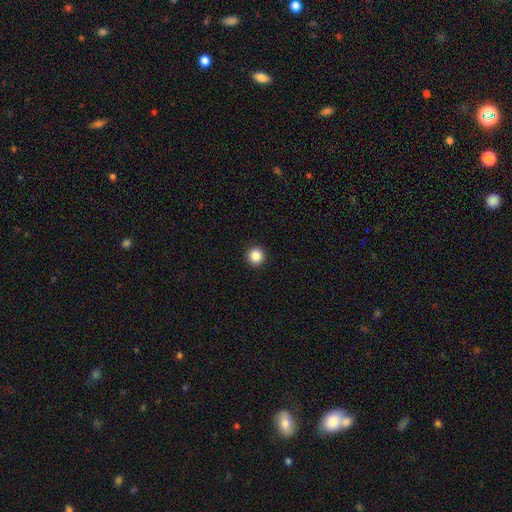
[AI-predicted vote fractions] Morphology: type=smooth (87%); roundness=round (96%); merging=none (94%).